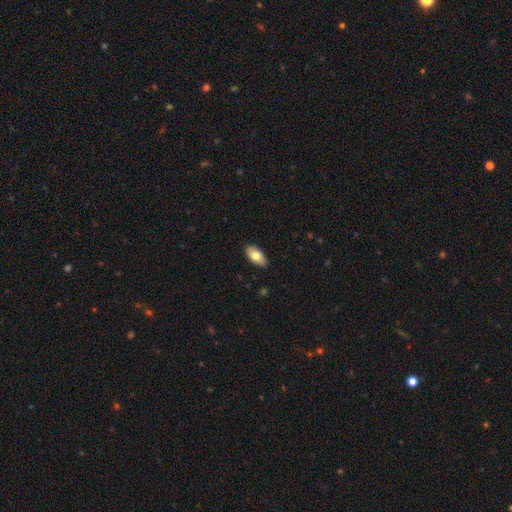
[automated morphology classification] Smooth or featured: smooth — 77% (featured or disk — 17%)
How rounded: in between — 92% (cigar-shaped — 5%)
Merging: none — 88% (minor disturbance — 9%)